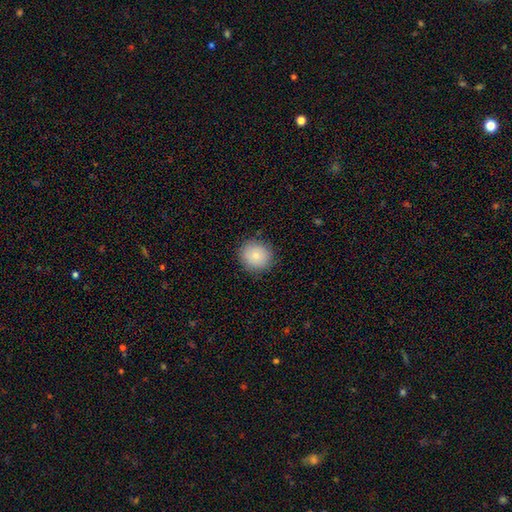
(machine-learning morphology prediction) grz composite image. It shows a smooth galaxy with no disk features (82%) that is round (89%). Merging: none (88%).